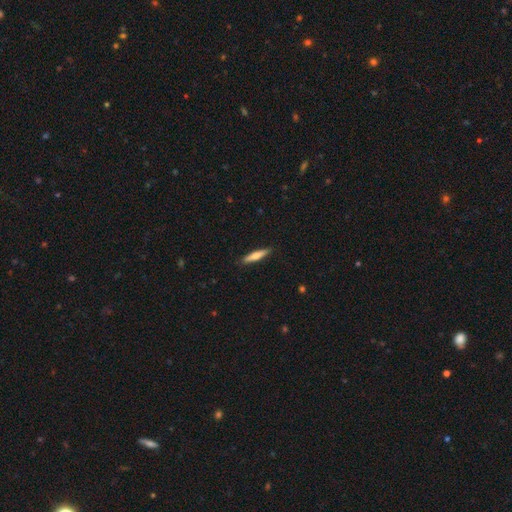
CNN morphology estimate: Smooth or featured? smooth (60%)
How rounded? cigar-shaped (87%)
Merging? none (89%)